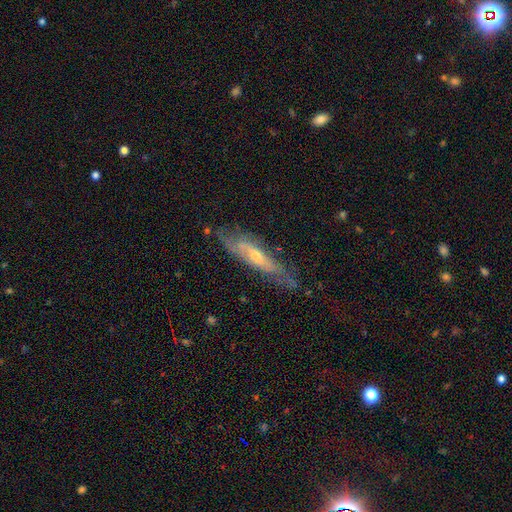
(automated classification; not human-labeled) featured or disk 71%, smooth 23%, star or artifact 7%. Down the decision tree: edge-on disk — no (55%); merging — none (62%).